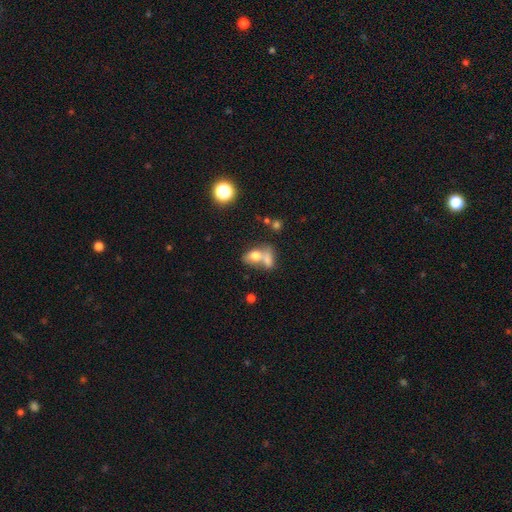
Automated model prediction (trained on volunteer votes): Smooth or featured? smooth (71%)
How rounded? in between (77%)
Merging? merger (61%)